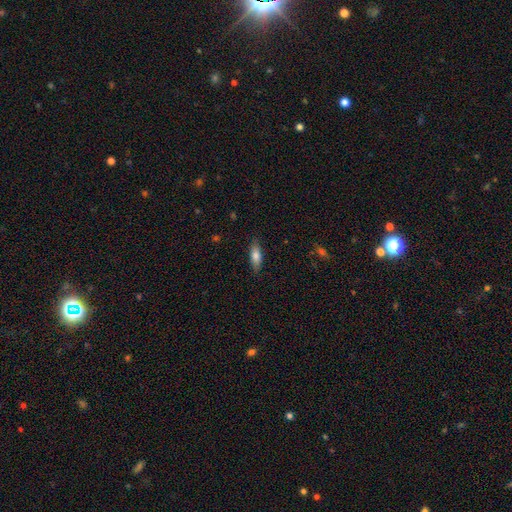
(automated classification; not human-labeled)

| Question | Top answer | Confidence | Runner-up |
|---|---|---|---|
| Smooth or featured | smooth | 74% | featured or disk (19%) |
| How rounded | in between | 60% | cigar-shaped (38%) |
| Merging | none | 85% | minor disturbance (12%) |